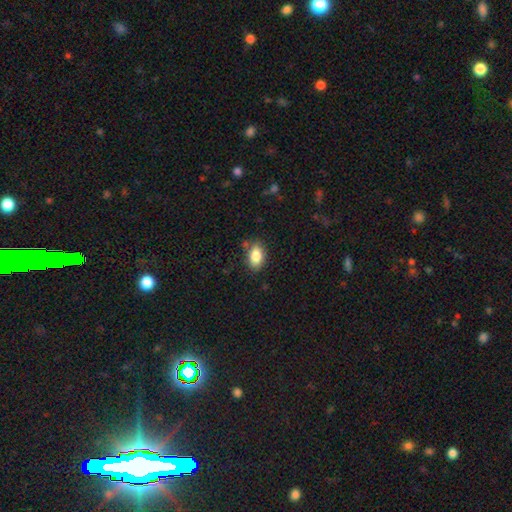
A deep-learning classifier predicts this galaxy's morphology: type=smooth (85%); roundness=in between (89%); merging=none (80%).